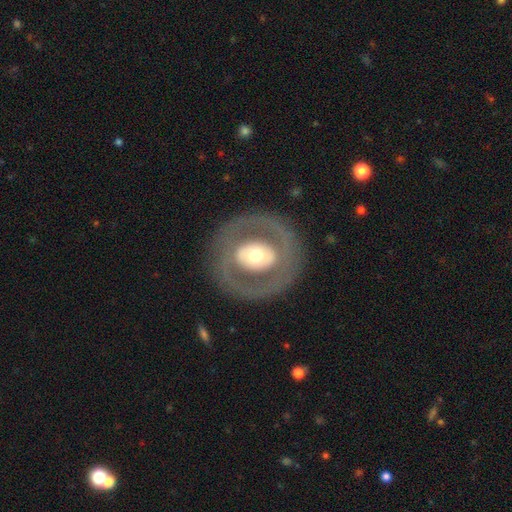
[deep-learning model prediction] smooth_or_featured: featured or disk (p=0.62) [alt: smooth p=0.33]
disk_edge_on: no (p=0.94) [alt: yes p=0.06]
bar: no (p=0.67) [alt: weak p=0.18]
has_spiral_arms: no (p=0.83) [alt: yes p=0.17]
bulge_size: moderate (p=0.59) [alt: large p=0.27]
merging: none (p=0.81) [alt: minor disturbance p=0.09]